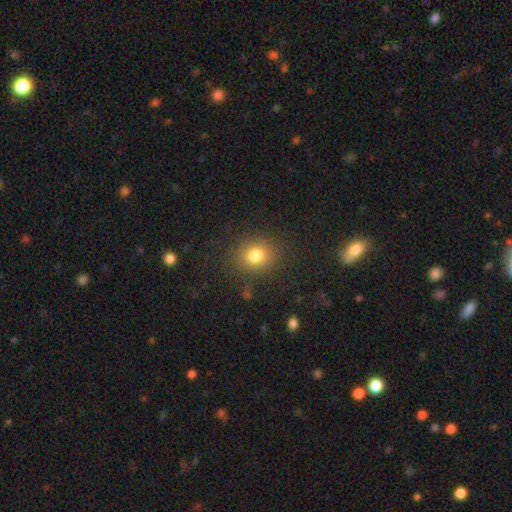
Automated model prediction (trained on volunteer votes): smooth_or_featured: smooth (p=0.79) [alt: star or artifact p=0.14]
how_rounded: round (p=0.72) [alt: in between p=0.27]
merging: none (p=0.85) [alt: minor disturbance p=0.10]